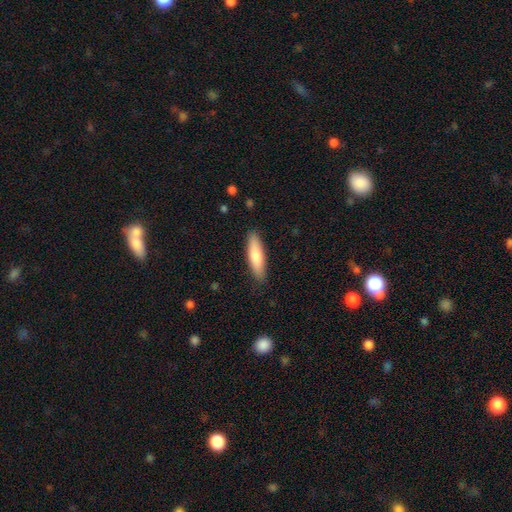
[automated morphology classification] Overall: smooth (77%). How rounded: cigar-shaped (64%; in between 34%). Merging: none (88%).